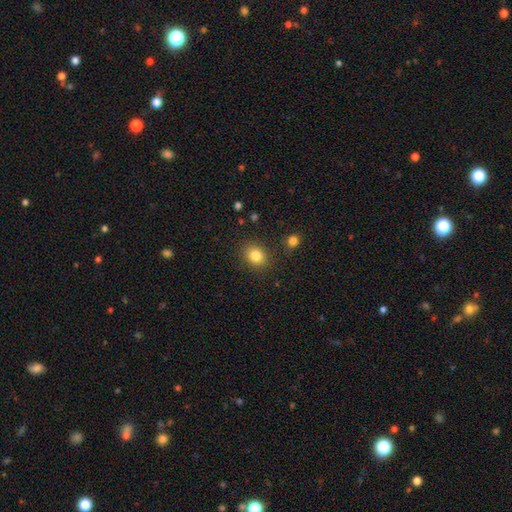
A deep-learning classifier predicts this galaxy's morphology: This is clearly a smooth galaxy (83%). How rounded: likely round (63%). Merging: clearly none (85%).